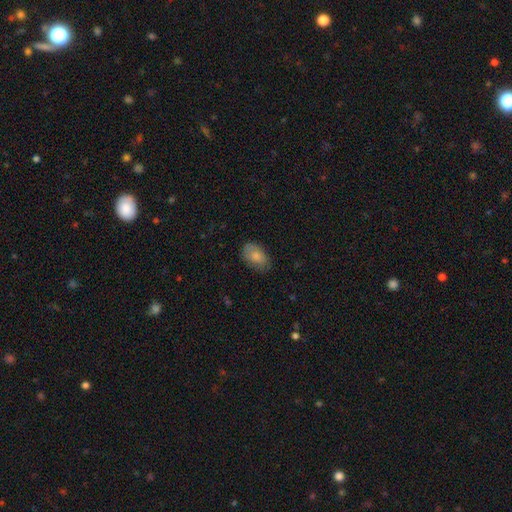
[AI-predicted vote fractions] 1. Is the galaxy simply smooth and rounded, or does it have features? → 80% smooth, 13% featured or disk, 7% star or artifact.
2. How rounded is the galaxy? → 89% in between, 10% round, 1% cigar-shaped.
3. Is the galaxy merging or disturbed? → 73% none, 21% minor disturbance, 5% major disturbance, 1% merger.